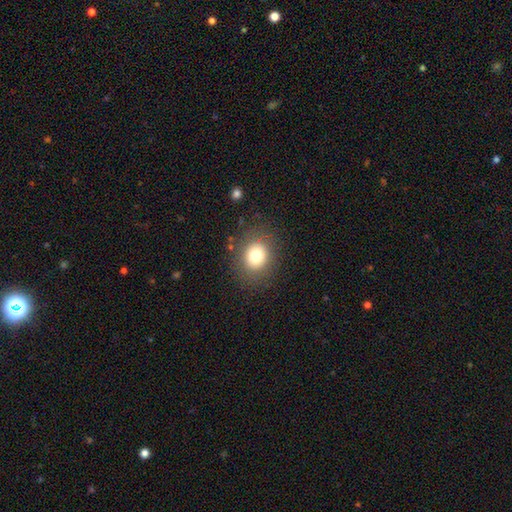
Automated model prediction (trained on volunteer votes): Overall: smooth (77%). How rounded: round (69%; in between 30%). Merging: none (85%).